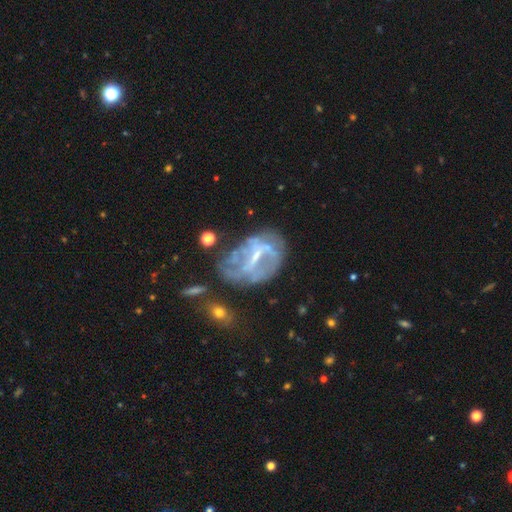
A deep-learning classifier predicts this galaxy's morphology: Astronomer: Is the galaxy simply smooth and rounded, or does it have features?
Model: featured or disk — 73%.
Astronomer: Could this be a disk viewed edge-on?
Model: no — 96%.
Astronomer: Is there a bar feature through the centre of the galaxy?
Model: weak — 42% (runner-up: strong, 35%).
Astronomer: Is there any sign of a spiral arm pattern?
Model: no — 52% (runner-up: yes, 48%).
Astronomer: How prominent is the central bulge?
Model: small — 51%.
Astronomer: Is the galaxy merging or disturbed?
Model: none — 40% (runner-up: major disturbance, 29%).